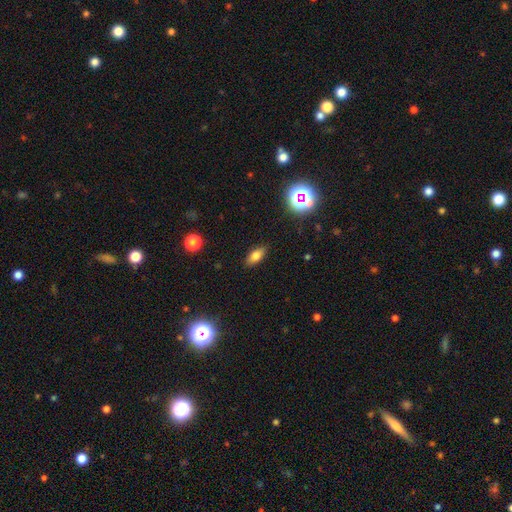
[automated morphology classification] The model was most divided on "smooth or featured": smooth: 75%, featured or disk: 13%, star or artifact: 12%. More confident: merging — none (87%); how rounded — in between (82%).